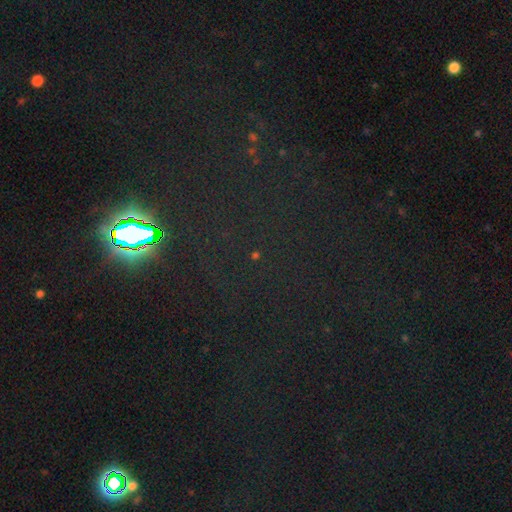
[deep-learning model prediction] This is likely a star or artifact rather than a galaxy (76%).